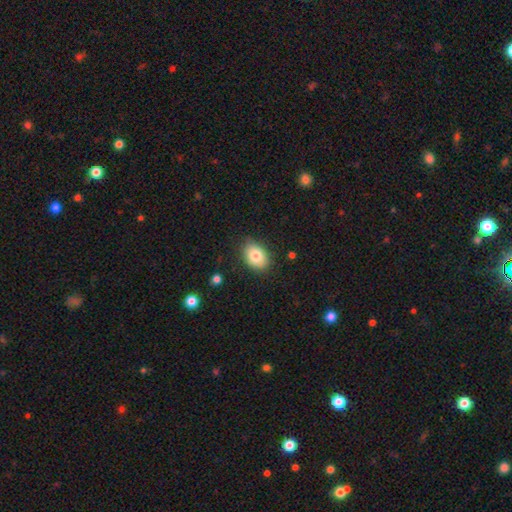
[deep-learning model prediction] A smooth galaxy with no disk features (81%) that is in between round and cigar-shaped (77%).

Vote fractions:
- Smooth or featured? smooth: 81% / featured or disk: 11% / star or artifact: 8%
- How rounded? in between: 77% / round: 22% / cigar-shaped: 1%
- Merging? none: 83% / minor disturbance: 13% / major disturbance: 3% / merger: 1%